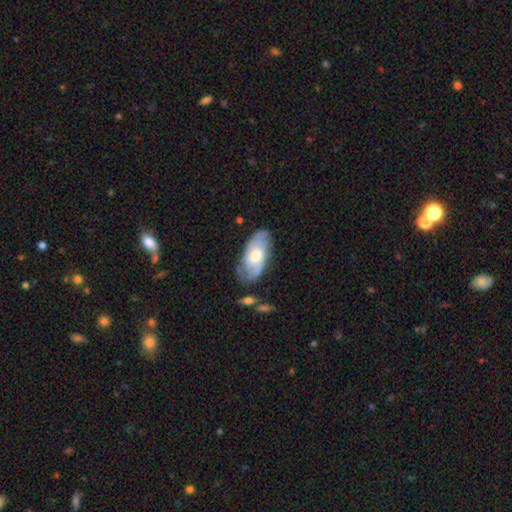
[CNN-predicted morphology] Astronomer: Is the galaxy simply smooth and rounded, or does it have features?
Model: featured or disk — 59% (runner-up: smooth, 35%).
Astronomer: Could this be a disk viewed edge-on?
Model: no — 90%.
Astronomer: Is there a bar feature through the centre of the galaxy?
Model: no — 61%.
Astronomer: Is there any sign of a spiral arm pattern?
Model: yes — 80%.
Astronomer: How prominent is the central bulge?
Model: moderate — 61%.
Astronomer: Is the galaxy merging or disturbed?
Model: none — 71%.